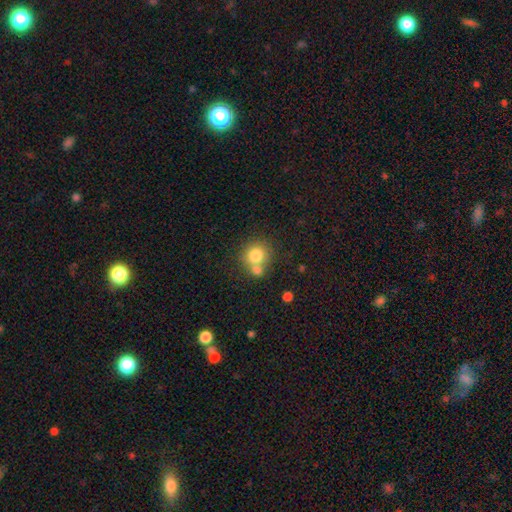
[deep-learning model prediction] Smooth or featured? smooth (79%)
How rounded? round (86%)
Merging? none (49%)